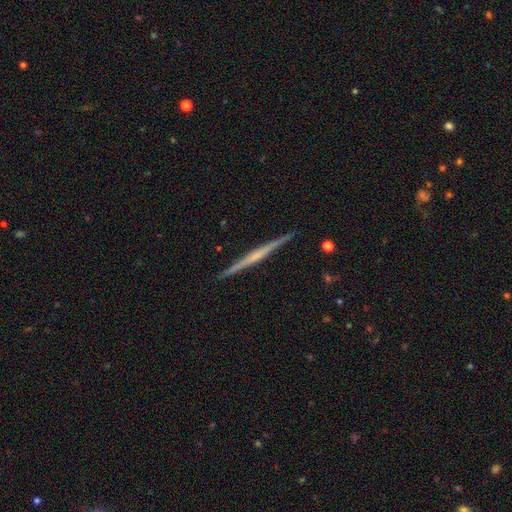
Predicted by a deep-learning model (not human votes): Smooth or featured? Predicted: featured or disk (p=0.74). Edge-on disk? Predicted: yes (p=0.99). Edge-on bulge? Predicted: none (p=0.53). Merging? Predicted: none (p=0.92).